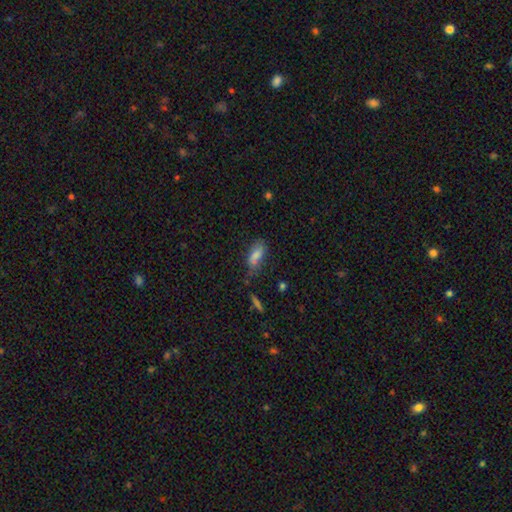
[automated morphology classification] smooth-or-featured: smooth: 80% | featured or disk: 11% | star or artifact: 9%
  how-rounded: in between: 77% | cigar-shaped: 20% | round: 3%
  merging: none: 54% | minor disturbance: 29% | major disturbance: 10% | merger: 7%